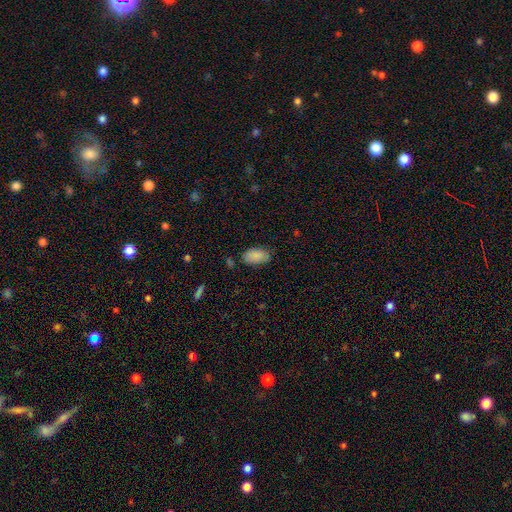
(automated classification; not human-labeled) A smooth galaxy with no disk features (88%) that is in between round and cigar-shaped (94%).

Vote fractions:
- Smooth or featured? smooth: 88% / star or artifact: 7% / featured or disk: 5%
- How rounded? in between: 94% / round: 4% / cigar-shaped: 2%
- Merging? none: 76% / minor disturbance: 18% / major disturbance: 4% / merger: 2%